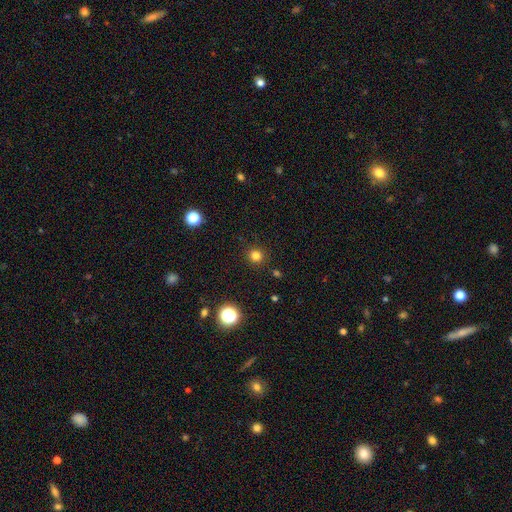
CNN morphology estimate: Smooth or featured? Predicted: smooth (p=0.80). How rounded? Predicted: round (p=0.93). Merging? Predicted: none (p=0.91).